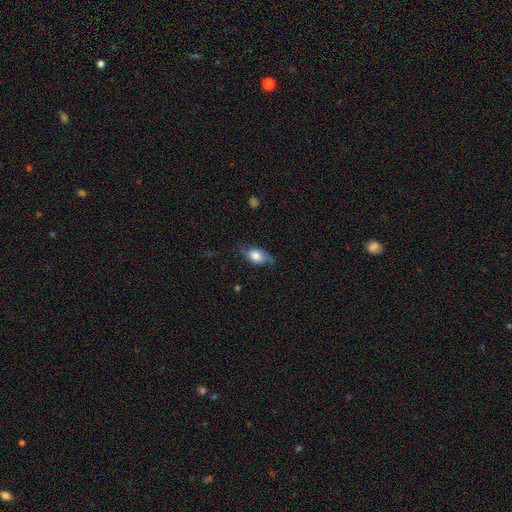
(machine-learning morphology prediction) A smooth galaxy with no disk features (63%) that is in between round and cigar-shaped (87%).

Vote fractions:
- Smooth or featured? smooth: 63% / featured or disk: 29% / star or artifact: 8%
- How rounded? in between: 87% / round: 10% / cigar-shaped: 3%
- Merging? none: 55% / minor disturbance: 30% / major disturbance: 13% / merger: 2%